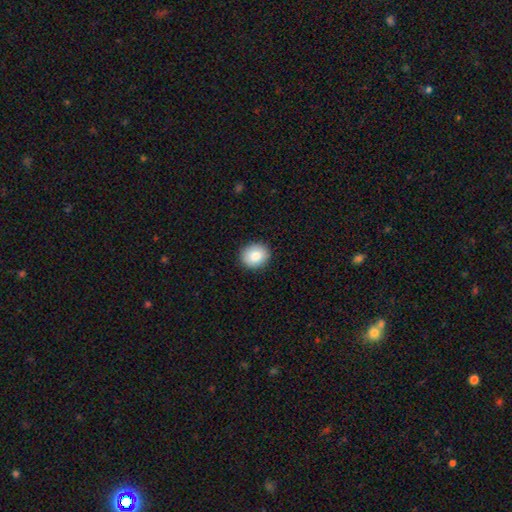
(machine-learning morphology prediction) This is clearly a smooth galaxy (85%). How rounded: likely round (71%). Merging: clearly none (90%).